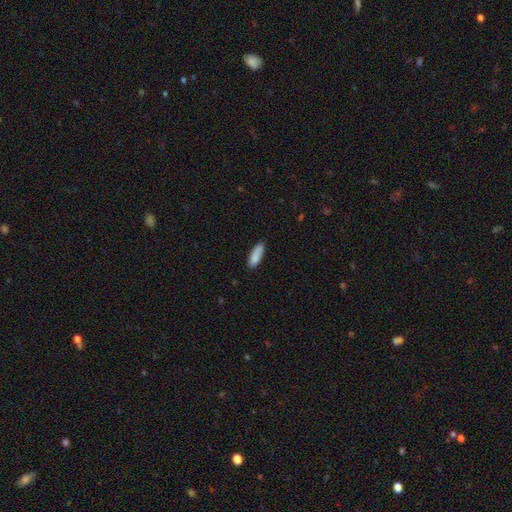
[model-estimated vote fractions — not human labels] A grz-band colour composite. It shows a smooth galaxy with no disk features (87%) that is in between round and cigar-shaped (59%). Merging: none (79%).